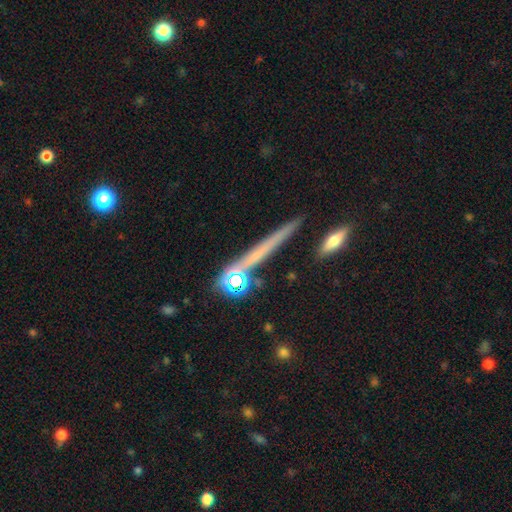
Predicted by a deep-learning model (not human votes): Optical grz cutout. It shows a featured or disk galaxy (44%). Merging: none (79%).